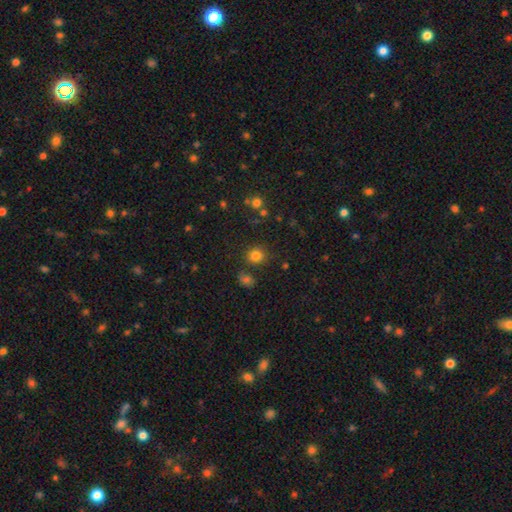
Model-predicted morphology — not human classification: smooth_or_featured: smooth (p=0.79) [alt: star or artifact p=0.15]
how_rounded: round (p=0.87) [alt: in between p=0.12]
merging: none (p=0.80) [alt: minor disturbance p=0.10]